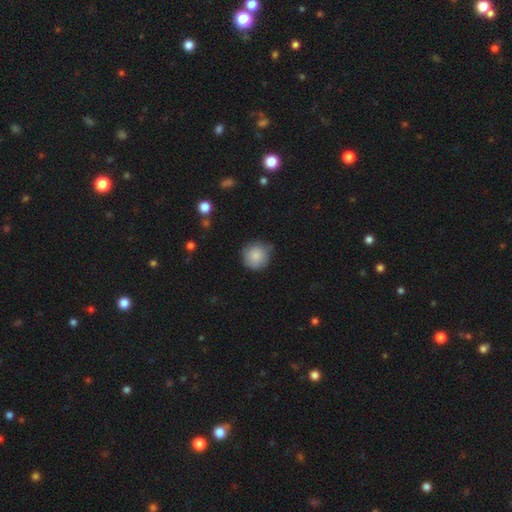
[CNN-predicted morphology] This appears to be a smooth galaxy with no disk features (86%) that is round (93%). Merging: none (75%).